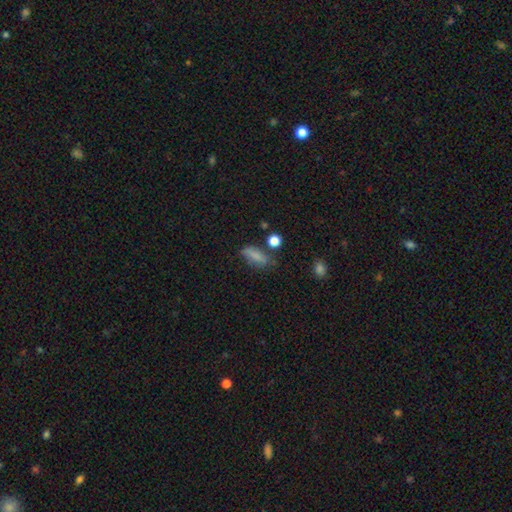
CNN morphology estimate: smooth_or_featured: smooth (p=0.77) [alt: featured or disk p=0.12]
how_rounded: in between (p=0.67) [alt: cigar-shaped p=0.27]
merging: none (p=0.56) [alt: minor disturbance p=0.26]